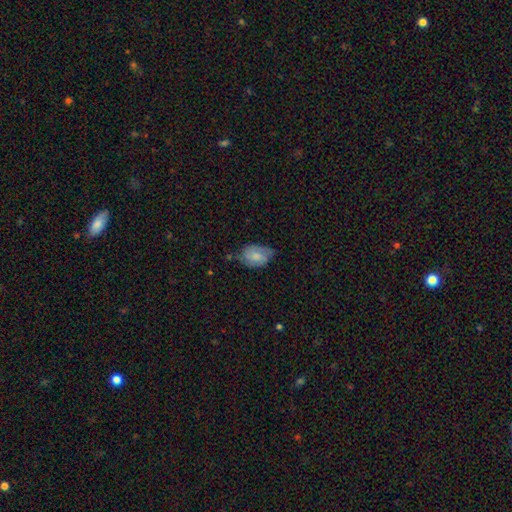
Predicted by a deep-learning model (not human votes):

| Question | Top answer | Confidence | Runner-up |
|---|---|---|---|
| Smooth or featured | smooth | 64% | featured or disk (29%) |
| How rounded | in between | 84% | round (14%) |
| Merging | none | 50% | minor disturbance (38%) |